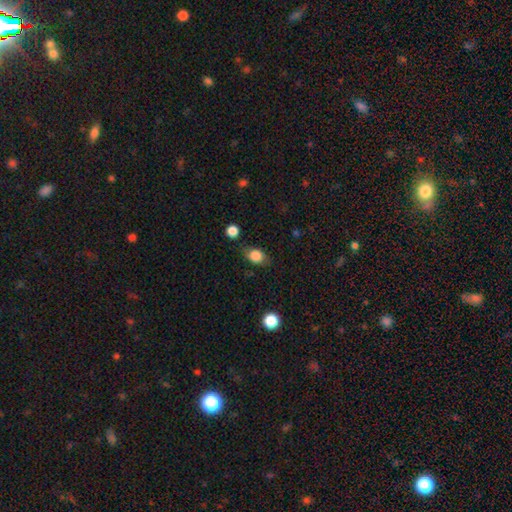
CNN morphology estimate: Smooth or featured?
  - smooth: 82% *
  - featured or disk: 9%
  - star or artifact: 9%
How rounded?
  - in between: 67% *
  - round: 31%
  - cigar-shaped: 2%
Merging?
  - none: 71% *
  - minor disturbance: 20%
  - major disturbance: 6%
  - merger: 3%